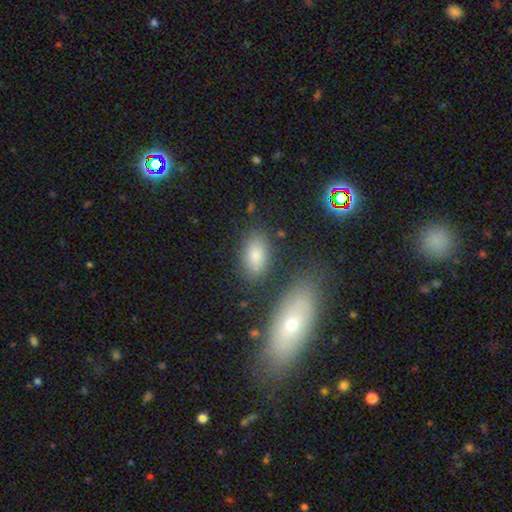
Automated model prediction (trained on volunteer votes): Morphology: type=smooth (81%); roundness=in between (91%); merging=none (74%).